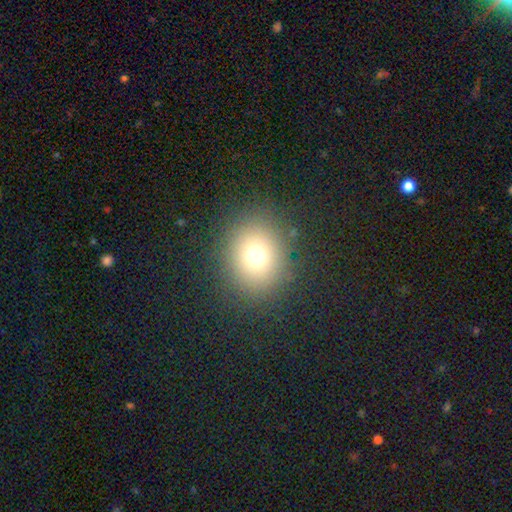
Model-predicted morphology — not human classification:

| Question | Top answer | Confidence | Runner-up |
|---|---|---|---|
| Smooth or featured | smooth | 69% | star or artifact (21%) |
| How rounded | round | 80% | in between (19%) |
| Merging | none | 86% | minor disturbance (8%) |